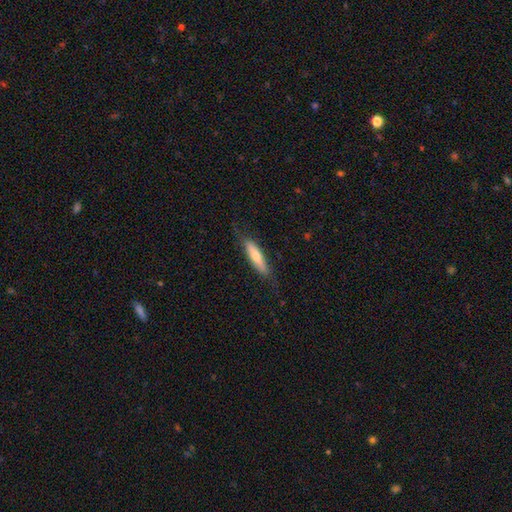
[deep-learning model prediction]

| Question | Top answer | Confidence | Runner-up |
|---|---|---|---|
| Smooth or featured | smooth | 54% | featured or disk (40%) |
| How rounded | cigar-shaped | 77% | in between (21%) |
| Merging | none | 77% | minor disturbance (17%) |